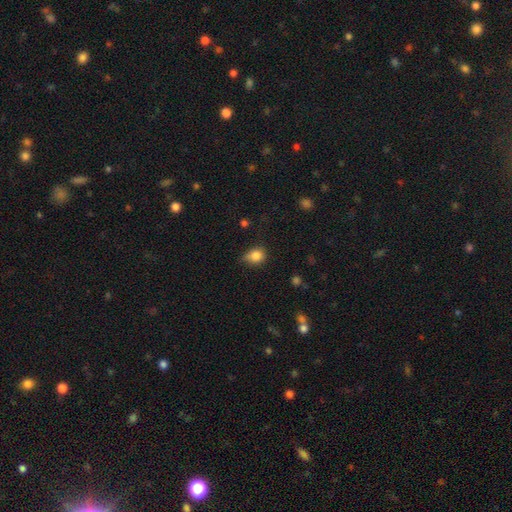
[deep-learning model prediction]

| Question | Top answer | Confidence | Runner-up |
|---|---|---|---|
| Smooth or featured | smooth | 83% | star or artifact (10%) |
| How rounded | round | 62% | in between (37%) |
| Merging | none | 56% | minor disturbance (35%) |